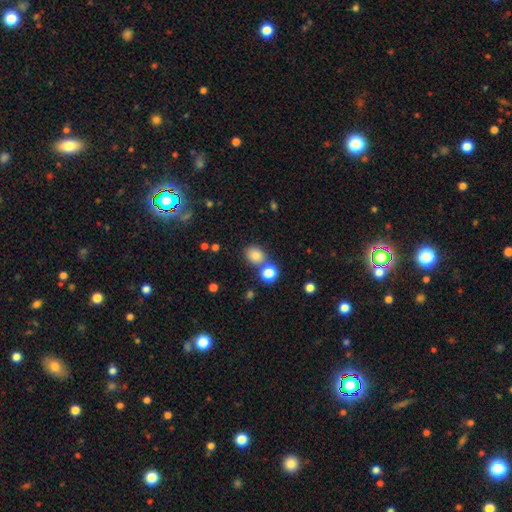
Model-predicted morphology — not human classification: A smooth galaxy with no disk features (82%) that is round (61%). Merging: none (64%).